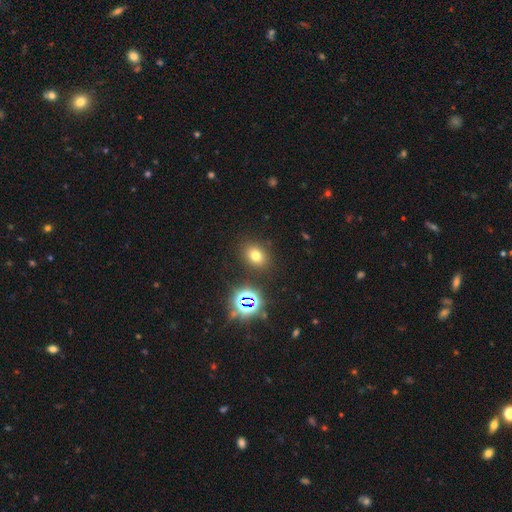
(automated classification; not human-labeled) Smooth or featured? smooth (68%)
How rounded? in between (56%)
Merging? none (85%)